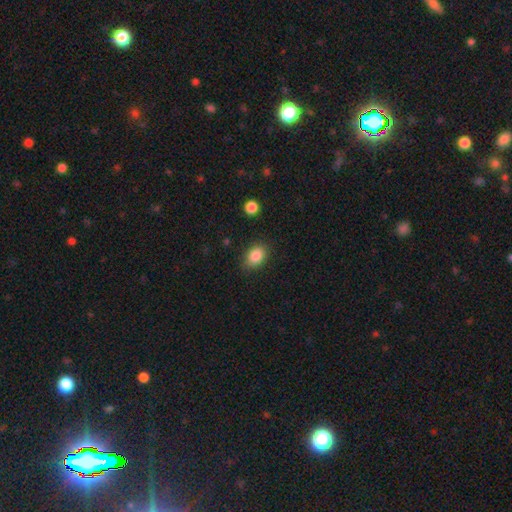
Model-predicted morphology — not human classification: Smooth or featured?
  - smooth: 86% *
  - star or artifact: 9%
  - featured or disk: 5%
How rounded?
  - in between: 78% *
  - round: 21%
  - cigar-shaped: 1%
Merging?
  - none: 85% *
  - minor disturbance: 11%
  - major disturbance: 3%
  - merger: 1%